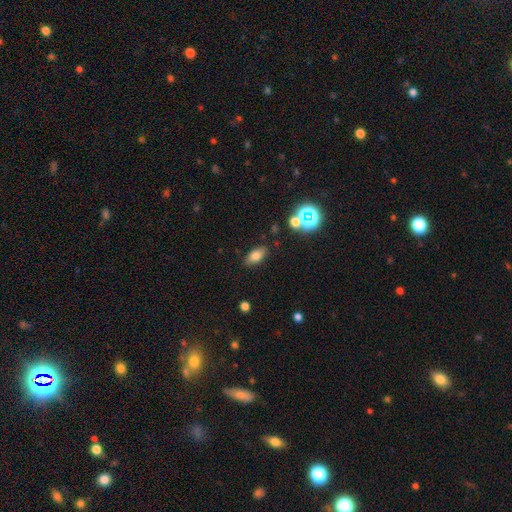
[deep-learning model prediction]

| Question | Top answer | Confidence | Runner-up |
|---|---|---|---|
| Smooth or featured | smooth | 75% | featured or disk (13%) |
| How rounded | in between | 87% | cigar-shaped (7%) |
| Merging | none | 85% | minor disturbance (10%) |